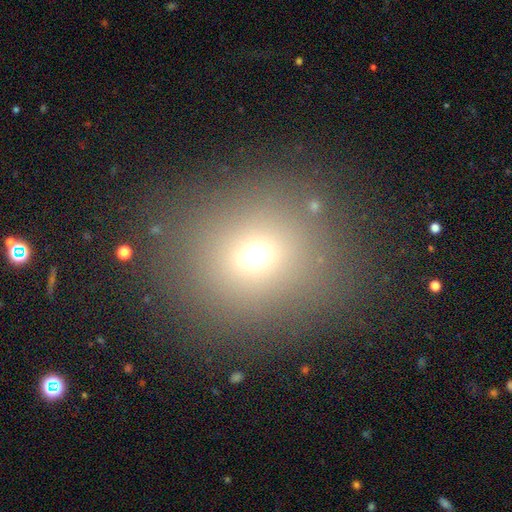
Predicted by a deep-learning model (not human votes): Smooth or featured? Predicted: smooth (p=0.65). How rounded? Predicted: round (p=0.79). Merging? Predicted: none (p=0.84).